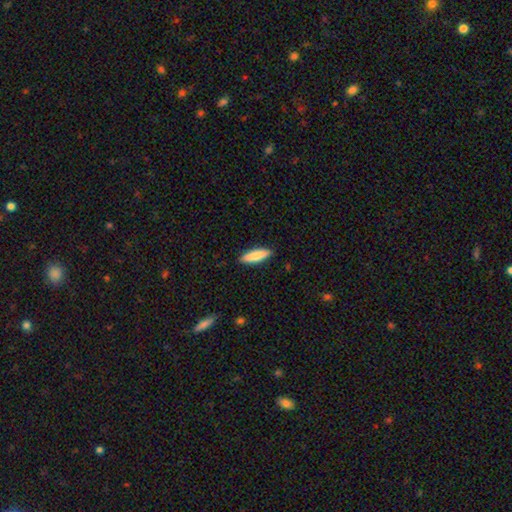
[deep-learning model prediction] Smooth or featured: smooth — 81% (featured or disk — 14%)
How rounded: cigar-shaped — 63% (in between — 35%)
Merging: none — 89% (minor disturbance — 8%)